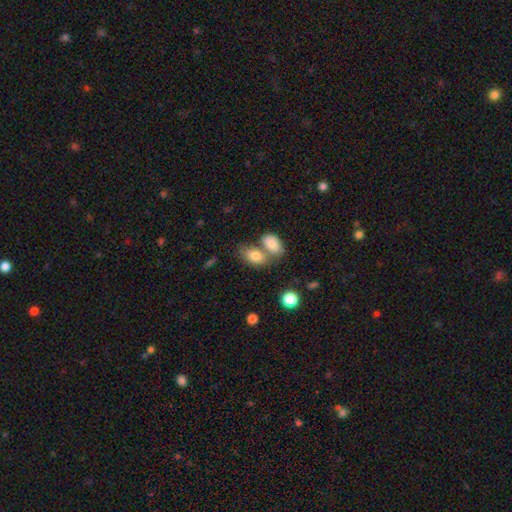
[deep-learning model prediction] Smooth or featured: smooth — 81% (featured or disk — 11%)
How rounded: in between — 89% (round — 9%)
Merging: merger — 48% (none — 37%)